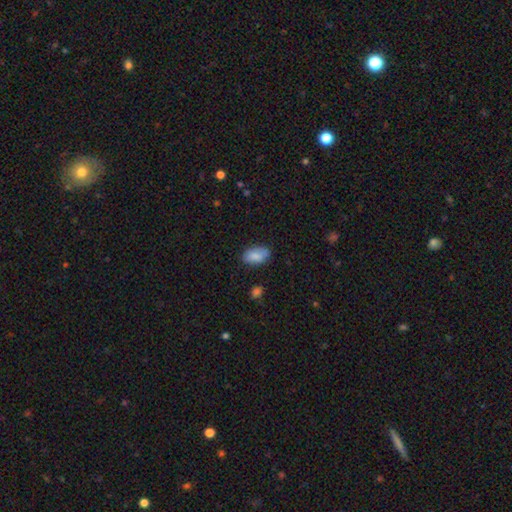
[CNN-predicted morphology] smooth_or_featured: smooth (p=0.85) [alt: featured or disk p=0.08]
how_rounded: in between (p=0.92) [alt: round p=0.06]
merging: none (p=0.76) [alt: minor disturbance p=0.18]